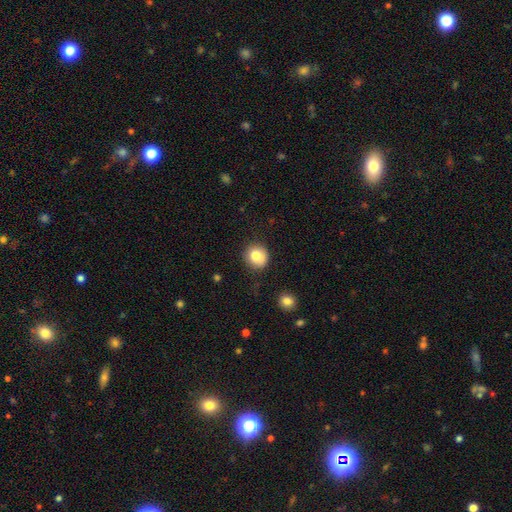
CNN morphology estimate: type=smooth (80%); roundness=round (89%); merging=none (83%).